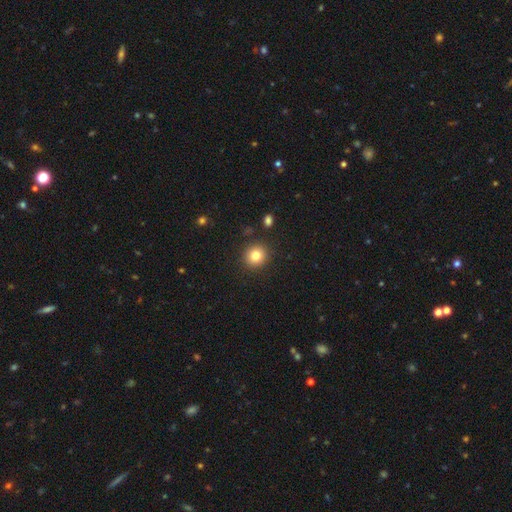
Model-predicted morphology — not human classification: This is clearly a smooth galaxy (81%). How rounded: clearly round (88%). Merging: clearly none (90%).